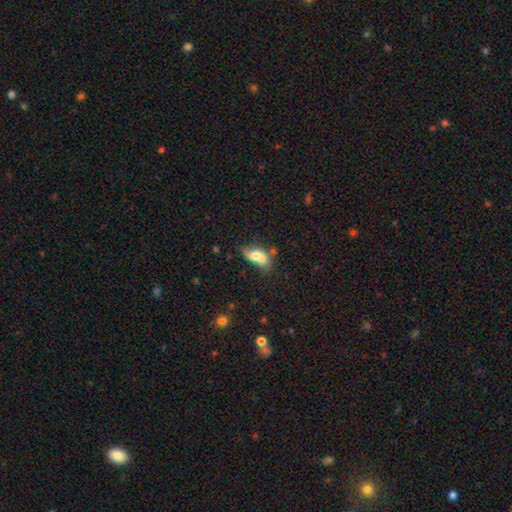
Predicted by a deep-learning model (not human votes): The model was most divided on "merging": merger: 56%, none: 24%, minor disturbance: 13%, major disturbance: 7%. More confident: how rounded — in between (79%); smooth or featured — smooth (66%).